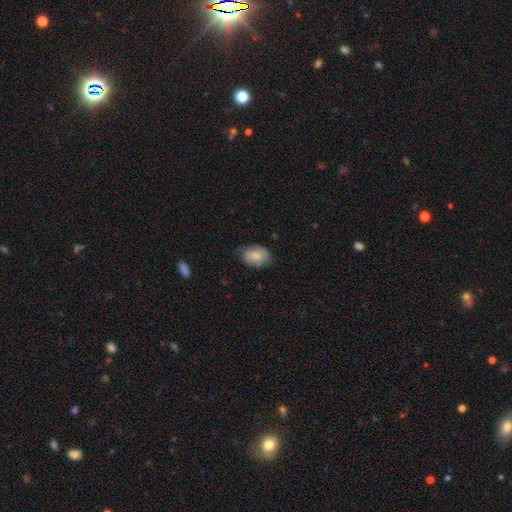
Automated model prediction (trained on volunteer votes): Overall: smooth (76%). How rounded: in between (84%). Merging: none (70%).